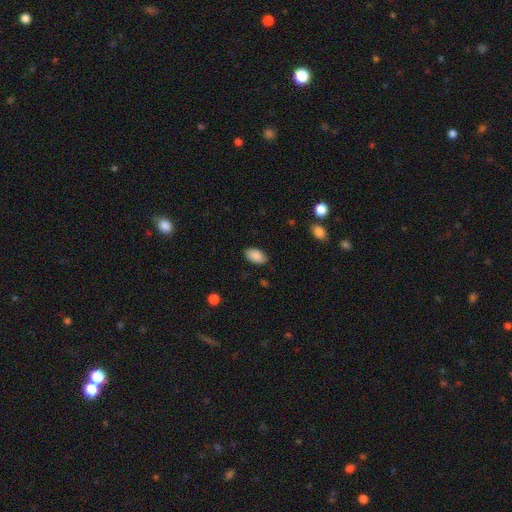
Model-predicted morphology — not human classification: Smooth or featured?
  - smooth: 88% *
  - star or artifact: 7%
  - featured or disk: 5%
How rounded?
  - in between: 94% *
  - round: 5%
  - cigar-shaped: 1%
Merging?
  - none: 83% *
  - minor disturbance: 13%
  - major disturbance: 3%
  - merger: 1%